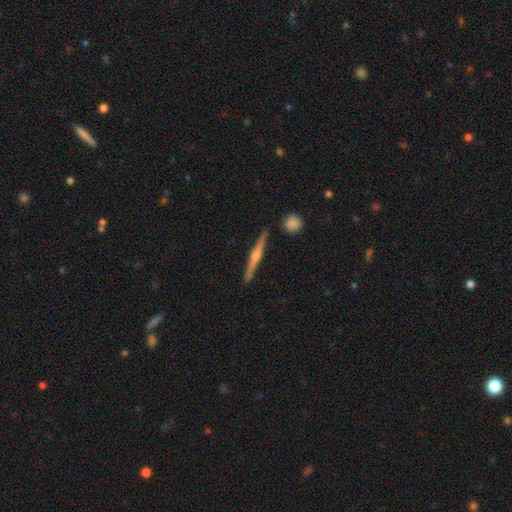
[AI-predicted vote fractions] The model was most divided on "smooth or featured": featured or disk: 76%, smooth: 18%, star or artifact: 6%. More confident: edge-on disk — yes (98%); merging — none (90%); edge-on bulge — rounded (83%).